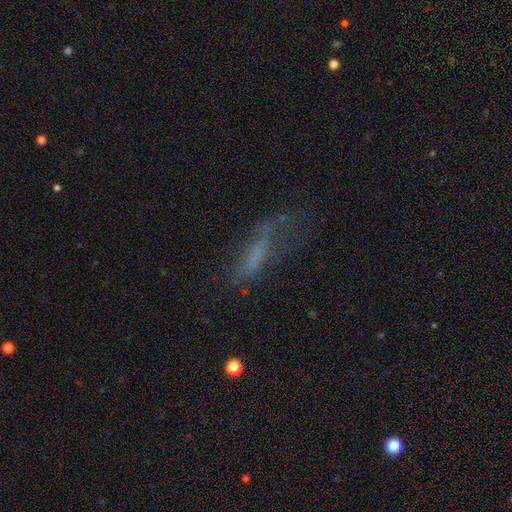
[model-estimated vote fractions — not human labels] The model was most divided on "merging": none: 42%, major disturbance: 31%, minor disturbance: 23%, merger: 4%. Remaining: smooth or featured — smooth (48%).